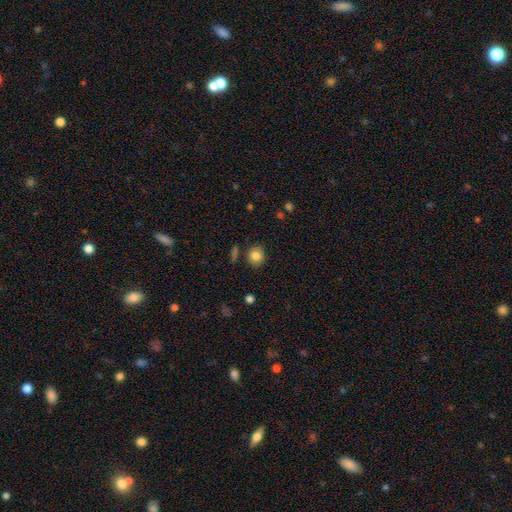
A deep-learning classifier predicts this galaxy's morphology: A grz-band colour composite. It shows a smooth galaxy with no disk features (84%) that is round (80%). Merging: none (82%).